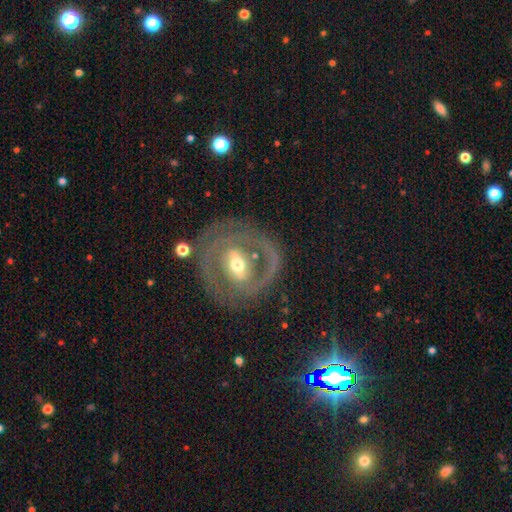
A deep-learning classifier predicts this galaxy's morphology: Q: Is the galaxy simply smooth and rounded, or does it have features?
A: featured or disk — 81%.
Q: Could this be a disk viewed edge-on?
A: no — 95%.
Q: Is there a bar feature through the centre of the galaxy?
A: weak — 40%.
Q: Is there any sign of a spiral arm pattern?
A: yes — 72%.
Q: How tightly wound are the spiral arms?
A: tight — 53%.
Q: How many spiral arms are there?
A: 2 — 57%.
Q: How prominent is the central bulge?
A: moderate — 65%.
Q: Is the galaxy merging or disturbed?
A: none — 71%.